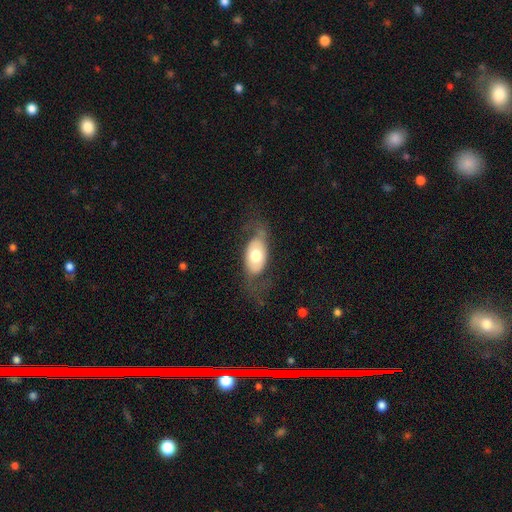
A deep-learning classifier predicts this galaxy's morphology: The model was most divided on "smooth or featured" (2-way tie): smooth: 47%, featured or disk: 47%, star or artifact: 6%. More confident: merging — none (60%).